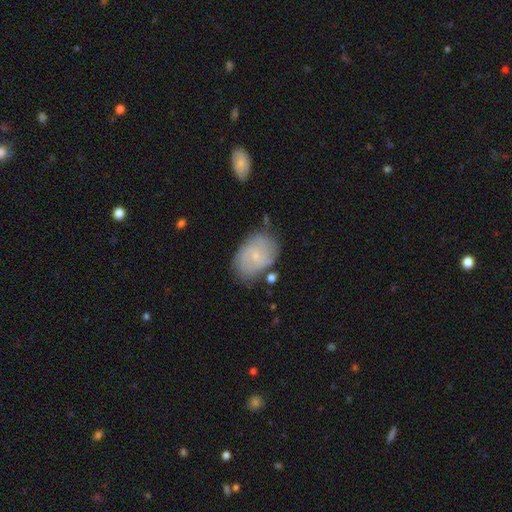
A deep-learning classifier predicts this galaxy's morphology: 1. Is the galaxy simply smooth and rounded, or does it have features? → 60% featured or disk, 33% smooth, 7% star or artifact.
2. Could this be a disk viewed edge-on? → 96% no, 4% yes.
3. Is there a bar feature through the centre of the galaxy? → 66% no, 30% weak, 4% strong.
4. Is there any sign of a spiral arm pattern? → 82% yes, 18% no.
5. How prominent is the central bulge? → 82% small, 13% moderate, 3% none, 1% large, 1% dominant.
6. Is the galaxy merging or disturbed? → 68% none, 21% minor disturbance, 6% major disturbance, 5% merger.